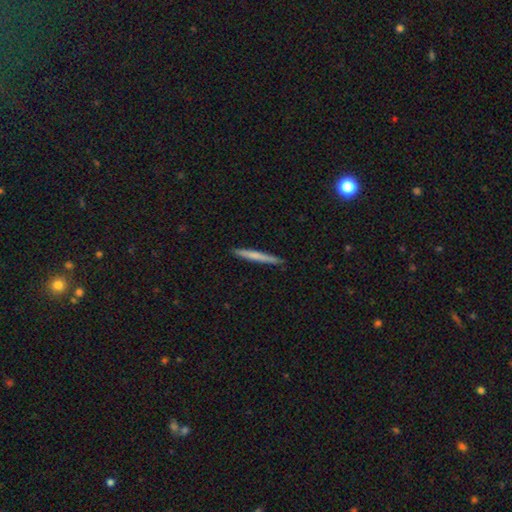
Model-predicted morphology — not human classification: type=smooth (65%); roundness=cigar-shaped (97%); merging=none (91%).